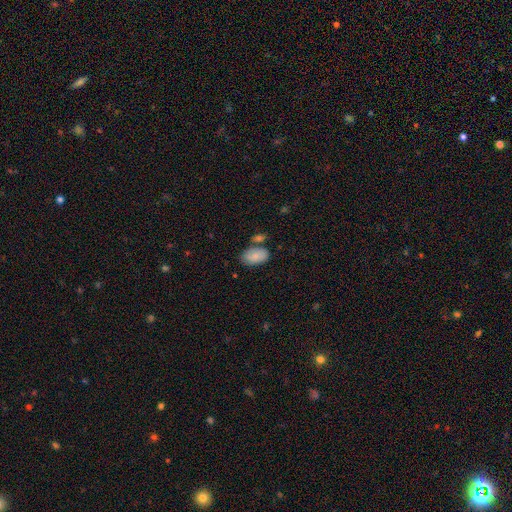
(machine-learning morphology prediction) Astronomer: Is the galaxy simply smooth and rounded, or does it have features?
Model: smooth — 84%.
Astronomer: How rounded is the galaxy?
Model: in between — 93%.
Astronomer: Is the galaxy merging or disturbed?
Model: none — 64%.